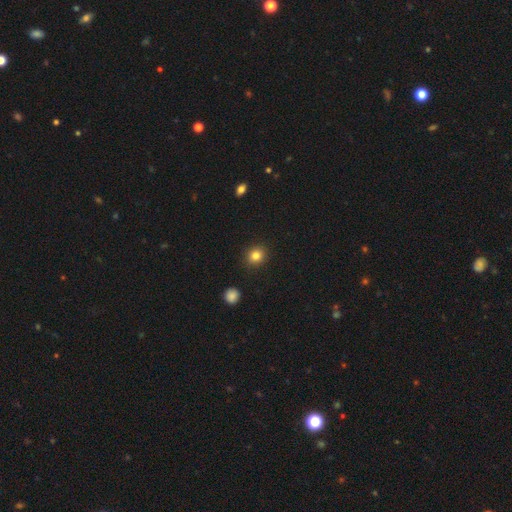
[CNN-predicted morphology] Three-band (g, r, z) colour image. It shows a smooth galaxy with no disk features (83%) that is round (86%). Merging: none (91%).